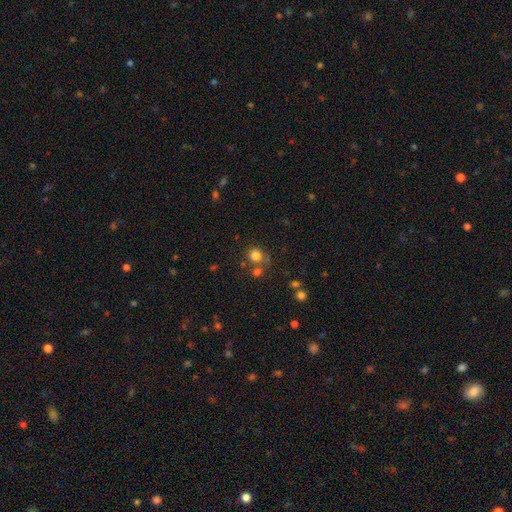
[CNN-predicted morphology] type=smooth (79%); roundness=round (83%); merging=none (62%).